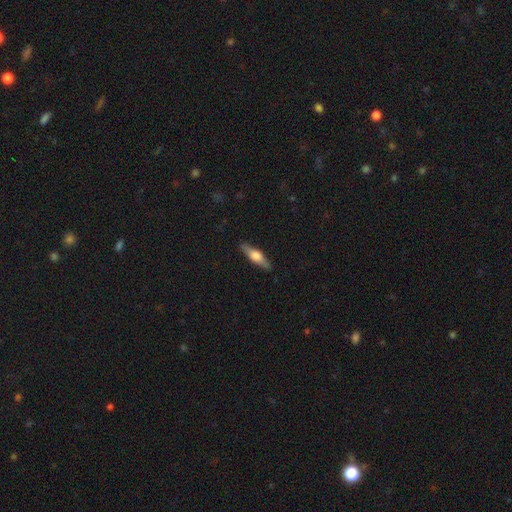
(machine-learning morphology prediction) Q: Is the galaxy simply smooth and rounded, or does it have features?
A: featured or disk — 60%.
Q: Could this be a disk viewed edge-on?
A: yes — 95%.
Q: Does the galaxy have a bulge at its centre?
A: rounded — 89%.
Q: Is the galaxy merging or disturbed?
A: none — 89%.